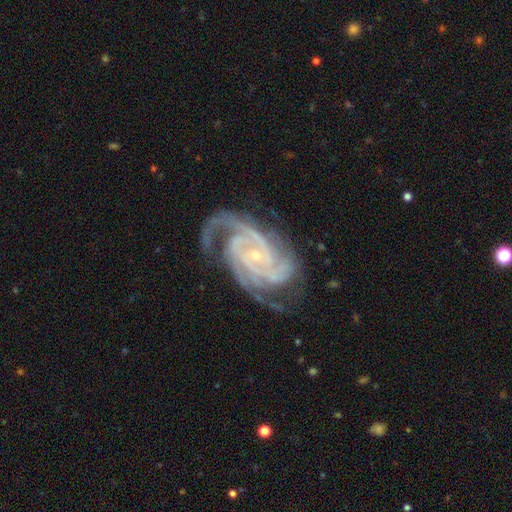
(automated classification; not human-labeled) featured or disk 93%, star or artifact 5%, smooth 3%. Down the decision tree: edge-on disk — no (98%); bar — no (56%); spiral arms — yes (99%); spiral arm count — 3 (36%); spiral winding — tight (61%); bulge size — small (84%); merging — none (68%).